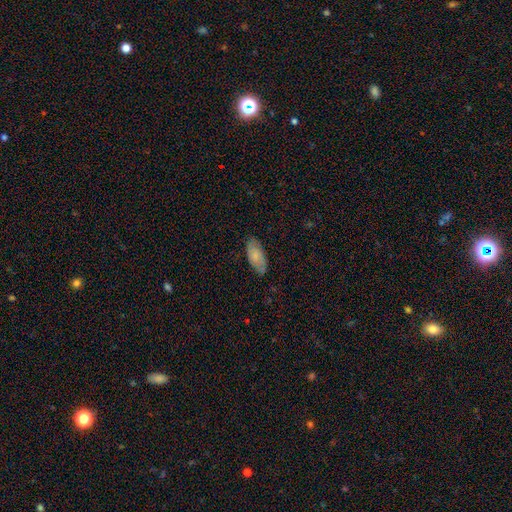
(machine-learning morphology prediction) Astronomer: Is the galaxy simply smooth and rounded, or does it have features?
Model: smooth — 76%.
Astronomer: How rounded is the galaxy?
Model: in between — 88%.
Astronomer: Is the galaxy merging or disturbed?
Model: none — 78%.